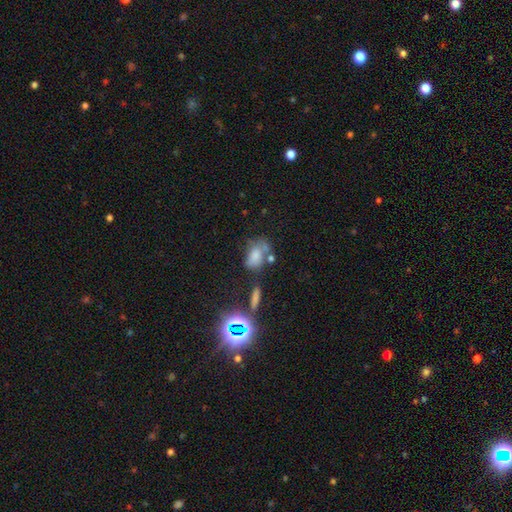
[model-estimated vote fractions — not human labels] Smooth or featured? smooth (71%)
How rounded? in between (85%)
Merging? none (37%)